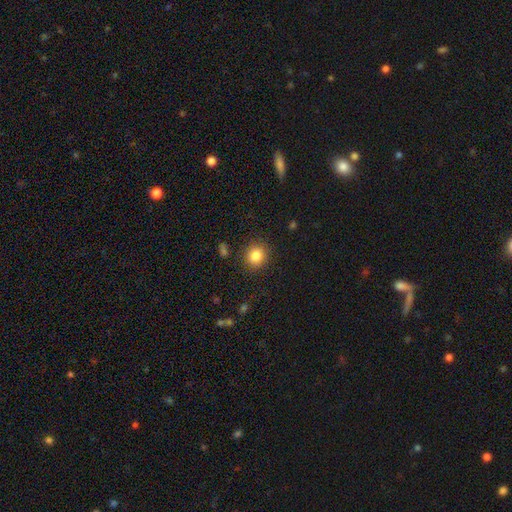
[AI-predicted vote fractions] The model was most divided on "how rounded": round: 85%, in between: 14%, cigar-shaped: 1%. More confident: merging — none (88%); smooth or featured — smooth (84%).